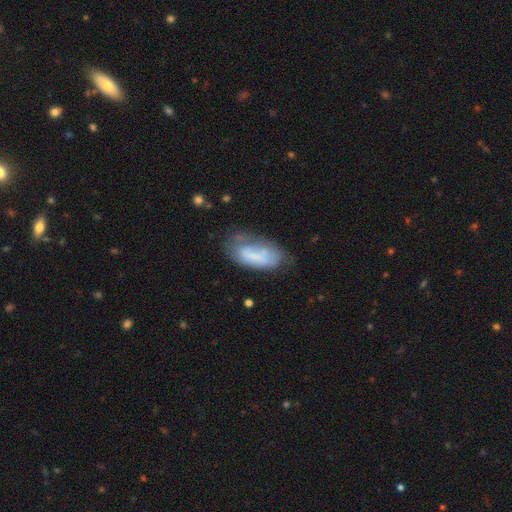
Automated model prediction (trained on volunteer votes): A smooth galaxy with no disk features (64%) that is in between round and cigar-shaped (89%).

Vote fractions:
- Smooth or featured? smooth: 64% / featured or disk: 28% / star or artifact: 8%
- How rounded? in between: 89% / cigar-shaped: 8% / round: 3%
- Merging? none: 46% / minor disturbance: 31% / major disturbance: 18% / merger: 5%